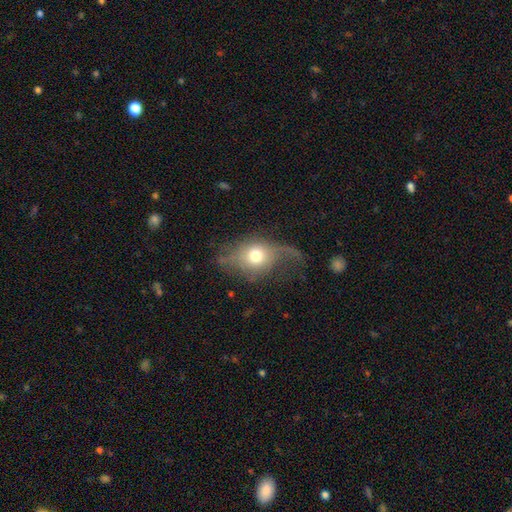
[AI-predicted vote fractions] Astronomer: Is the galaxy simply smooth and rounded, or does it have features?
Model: smooth — 57% (runner-up: featured or disk, 32%).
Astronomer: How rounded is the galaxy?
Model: round — 52% (runner-up: in between, 45%).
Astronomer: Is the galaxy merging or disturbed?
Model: major disturbance — 41% (runner-up: none, 33%).